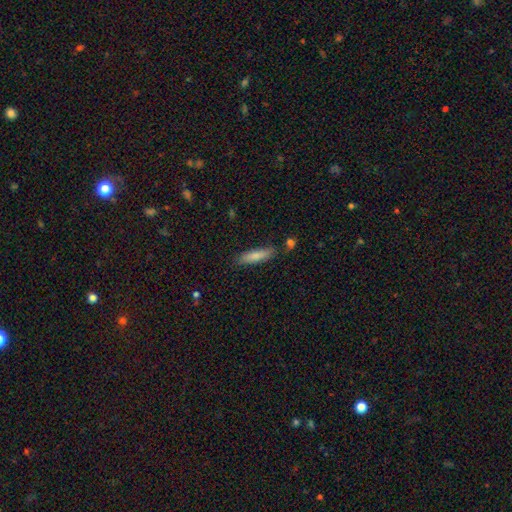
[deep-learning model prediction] A smooth galaxy with no disk features (82%) that is cigar-shaped (71%). Merging: none (76%).